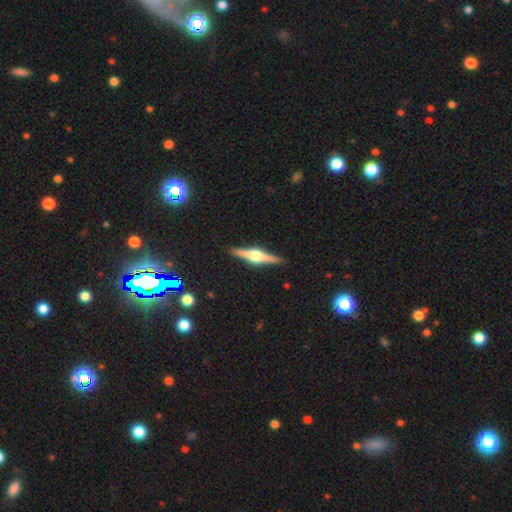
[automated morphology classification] Overall: featured or disk (81%). Edge-on disk: yes (98%). Edge-on bulge: rounded (93%). Merging: none (91%).